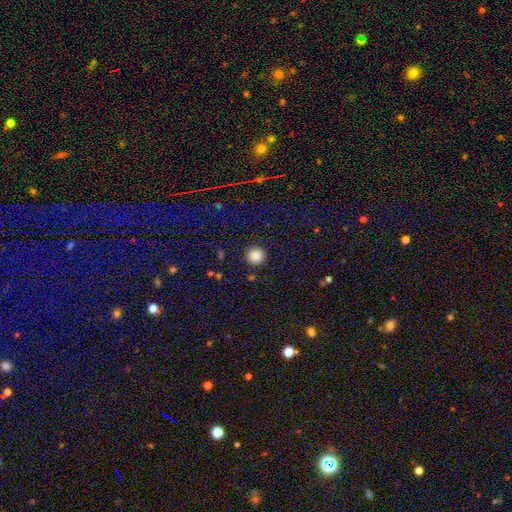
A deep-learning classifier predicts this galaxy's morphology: This appears to be a smooth galaxy with no disk features (86%) that is round (94%). Merging: none (91%).